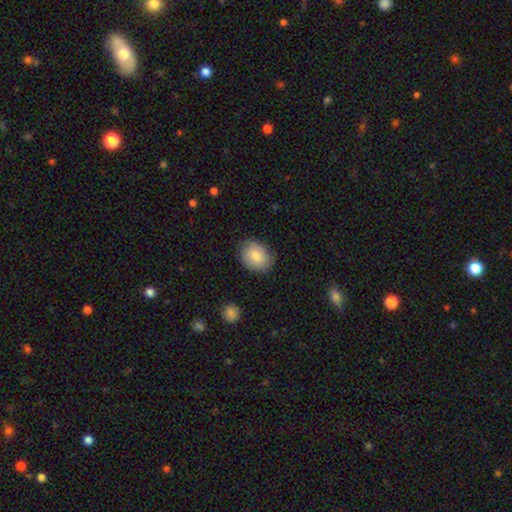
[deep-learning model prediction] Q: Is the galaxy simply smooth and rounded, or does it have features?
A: smooth — 78%.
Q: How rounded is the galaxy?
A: in between — 55%.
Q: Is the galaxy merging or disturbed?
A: none — 78%.